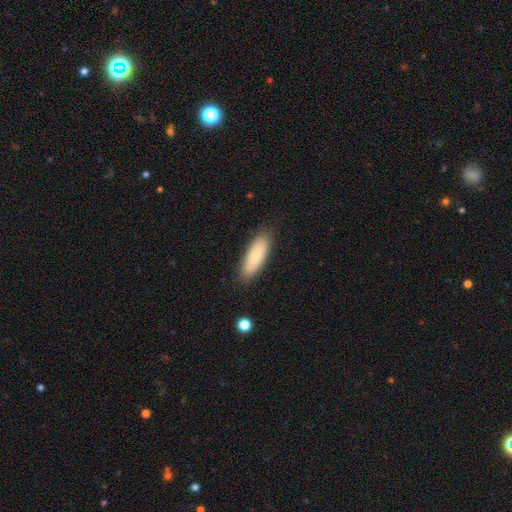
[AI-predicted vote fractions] Smooth or featured: smooth — 81% (featured or disk — 13%)
How rounded: in between — 60% (cigar-shaped — 38%)
Merging: none — 85% (minor disturbance — 12%)